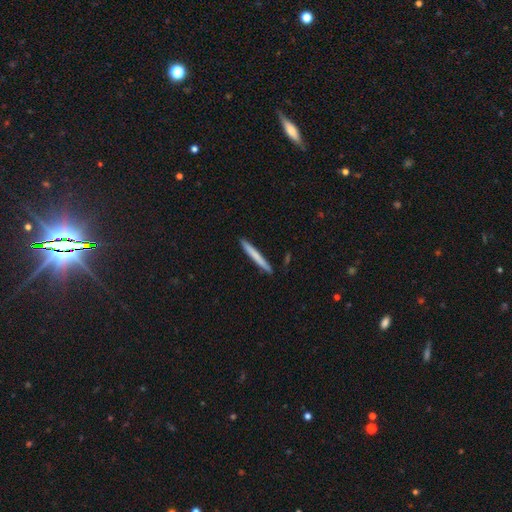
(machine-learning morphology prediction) This appears to be a smooth galaxy with no disk features (69%) that is cigar-shaped (97%). Merging: none (92%).